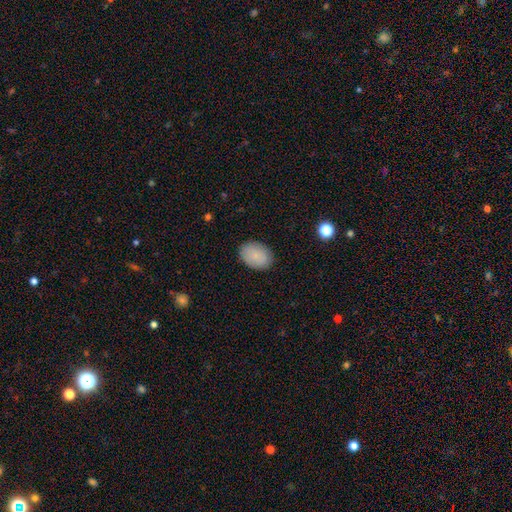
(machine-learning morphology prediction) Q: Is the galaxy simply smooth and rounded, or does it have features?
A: smooth — 87%.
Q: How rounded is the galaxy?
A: in between — 80%.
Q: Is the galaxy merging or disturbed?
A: none — 88%.